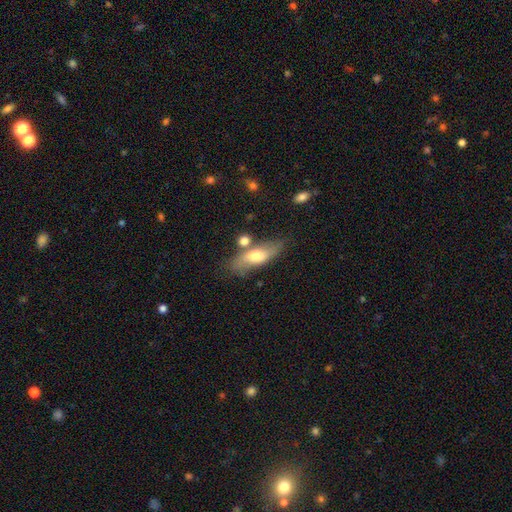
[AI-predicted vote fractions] Smooth or featured? smooth (59%)
How rounded? in between (62%)
Merging? none (64%)